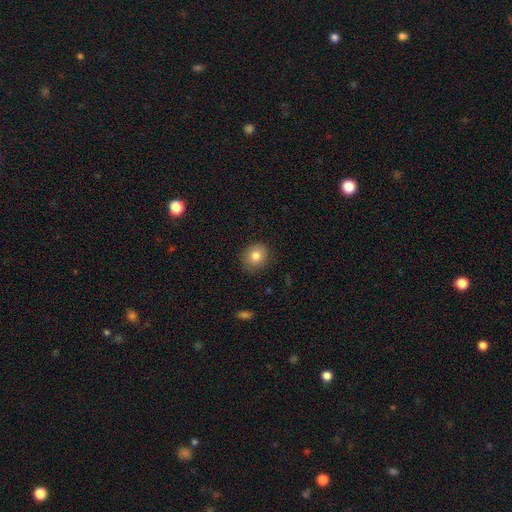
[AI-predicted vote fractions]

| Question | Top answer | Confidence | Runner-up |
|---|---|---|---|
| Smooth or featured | smooth | 82% | star or artifact (10%) |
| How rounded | round | 79% | in between (20%) |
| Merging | none | 86% | minor disturbance (10%) |